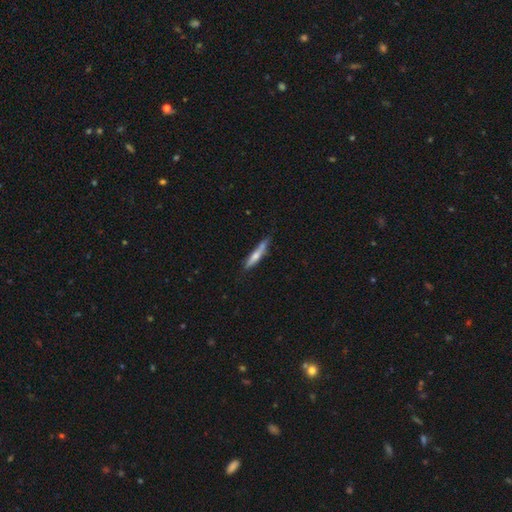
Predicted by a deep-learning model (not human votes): smooth-or-featured: smooth: 57% | featured or disk: 37% | star or artifact: 6%
  how-rounded: cigar-shaped: 89% | in between: 9% | round: 2%
  merging: none: 68% | minor disturbance: 22% | merger: 7% | major disturbance: 4%